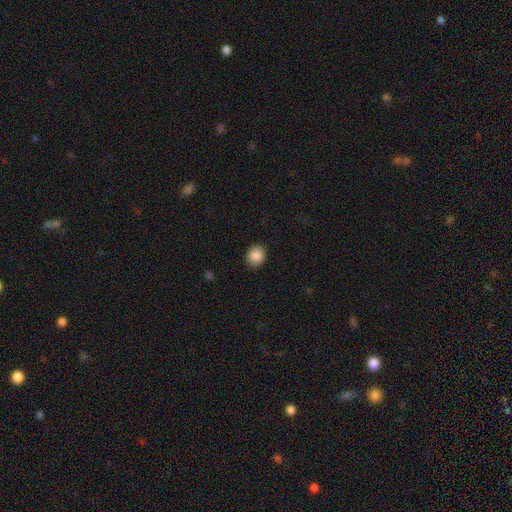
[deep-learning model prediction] Q: Smooth or featured?
A: smooth (88%); runner-up: star or artifact (9%)
Q: How rounded?
A: round (73%); runner-up: in between (26%)
Q: Merging?
A: none (89%); runner-up: minor disturbance (8%)